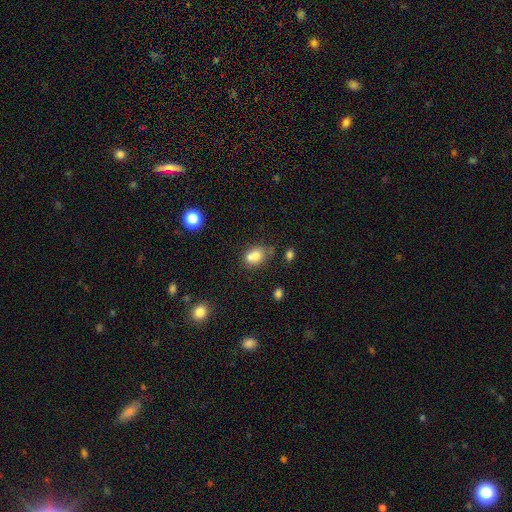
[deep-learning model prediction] This is likely a smooth galaxy (72%). How rounded: possibly in between (56%). Merging: marginally merger (43%).